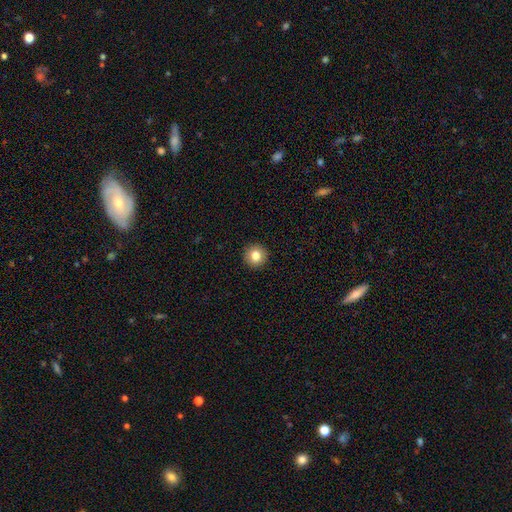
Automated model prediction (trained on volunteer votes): A smooth galaxy with no disk features (82%) that is round (94%).

Vote fractions:
- Smooth or featured? smooth: 82% / star or artifact: 10% / featured or disk: 8%
- How rounded? round: 94% / in between: 5% / cigar-shaped: 1%
- Merging? none: 93% / minor disturbance: 5% / major disturbance: 2% / merger: 1%